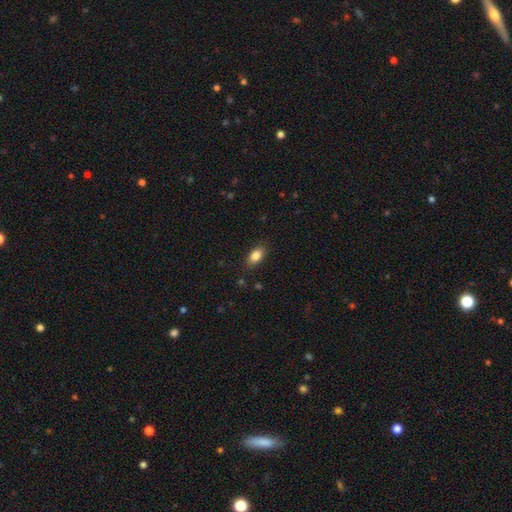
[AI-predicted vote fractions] smooth-or-featured: smooth: 85% | star or artifact: 8% | featured or disk: 7%
  how-rounded: in between: 89% | round: 7% | cigar-shaped: 4%
  merging: none: 84% | minor disturbance: 12% | major disturbance: 3% | merger: 1%